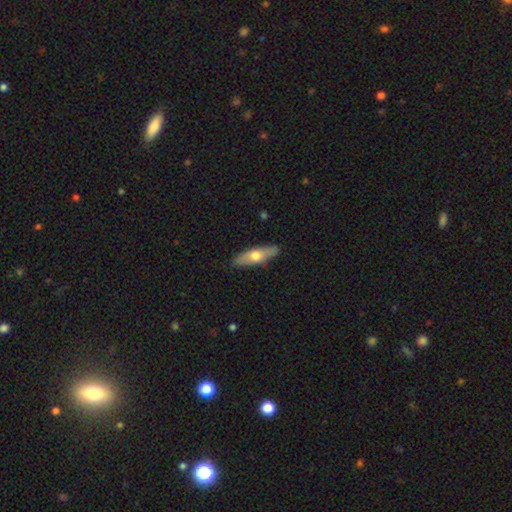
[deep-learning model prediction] A smooth galaxy with no disk features (58%) that is cigar-shaped (49%, tied with in between).

Vote fractions:
- Smooth or featured? smooth: 58% / featured or disk: 36% / star or artifact: 5%
- How rounded? cigar-shaped: 49% (tied) / in between: 49% (tied) / round: 3%
- Merging? none: 88% / minor disturbance: 9% / major disturbance: 2% / merger: 1%